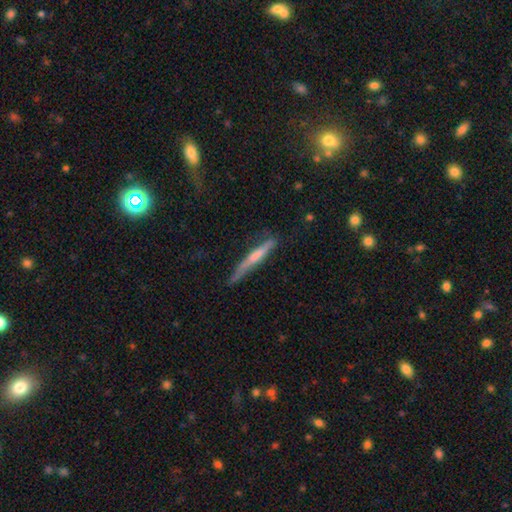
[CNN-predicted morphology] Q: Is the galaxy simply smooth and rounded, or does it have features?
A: featured or disk — 49%.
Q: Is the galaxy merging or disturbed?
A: none — 65%.